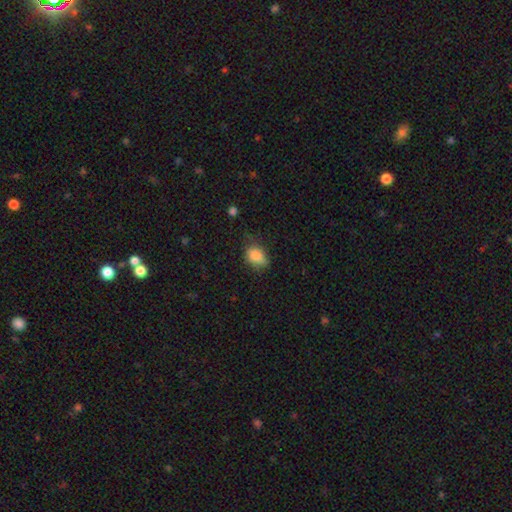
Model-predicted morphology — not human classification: Smooth or featured? smooth (86%)
How rounded? in between (74%)
Merging? none (55%)